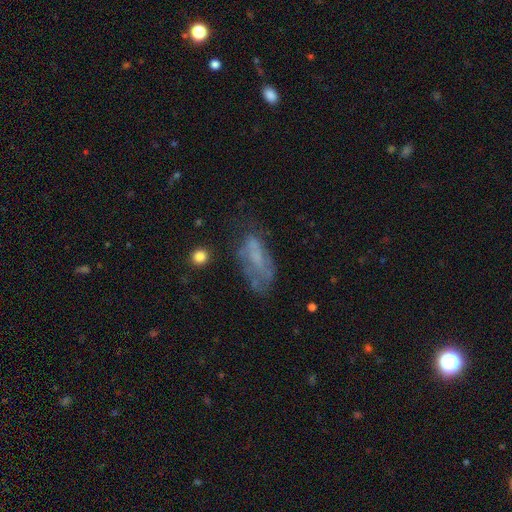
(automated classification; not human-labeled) This is marginally a featured or disk galaxy (44%). Merging: marginally none (41%).